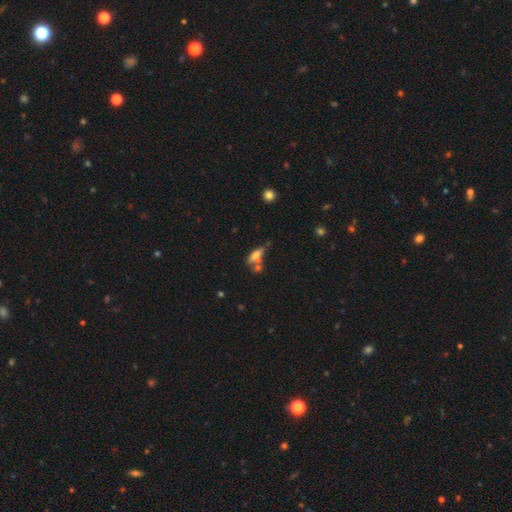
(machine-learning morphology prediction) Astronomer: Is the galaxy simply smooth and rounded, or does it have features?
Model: smooth — 56% (runner-up: featured or disk, 34%).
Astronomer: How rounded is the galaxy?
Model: in between — 57% (runner-up: cigar-shaped, 39%).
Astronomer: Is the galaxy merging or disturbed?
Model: none — 36% (runner-up: merger, 33%).